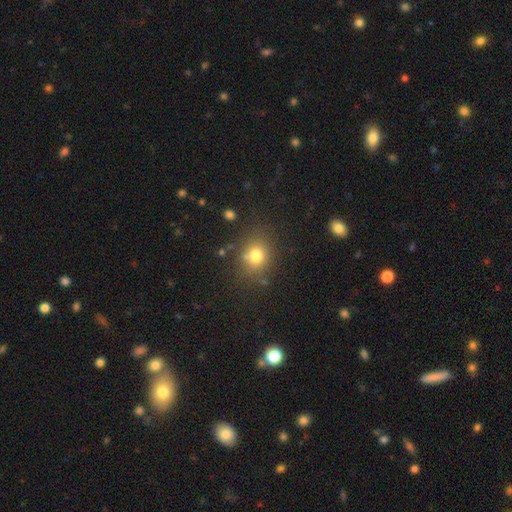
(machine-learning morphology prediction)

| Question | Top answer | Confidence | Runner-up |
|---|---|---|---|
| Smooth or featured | smooth | 77% | star or artifact (14%) |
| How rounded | round | 66% | in between (33%) |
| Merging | none | 75% | minor disturbance (13%) |